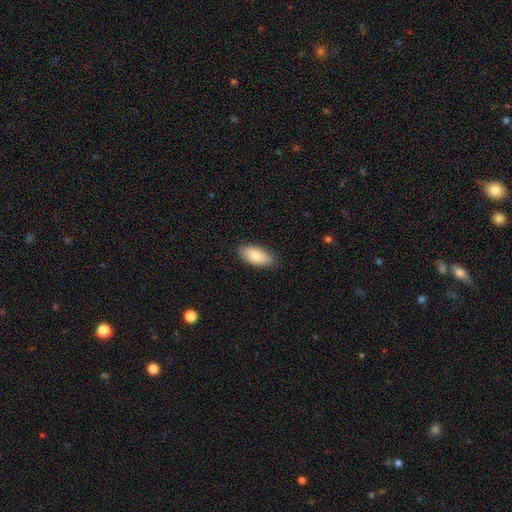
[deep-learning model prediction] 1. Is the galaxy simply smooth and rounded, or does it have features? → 86% smooth, 8% featured or disk, 6% star or artifact.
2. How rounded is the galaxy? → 89% in between, 9% cigar-shaped, 2% round.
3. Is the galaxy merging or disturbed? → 86% none, 11% minor disturbance, 2% major disturbance, 1% merger.